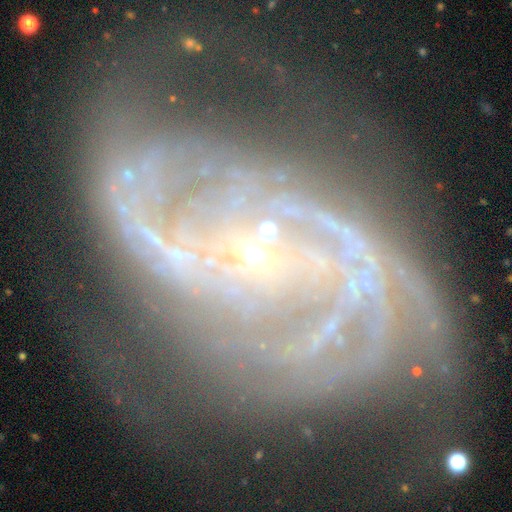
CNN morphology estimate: Q: Smooth or featured?
A: featured or disk (87%); runner-up: star or artifact (8%)
Q: Edge-on disk?
A: no (97%); runner-up: yes (3%)
Q: Bar?
A: no (47%); runner-up: weak (33%)
Q: Spiral arms?
A: yes (94%); runner-up: no (6%)
Q: Spiral winding?
A: medium (43%); runner-up: tight (40%)
Q: Spiral arm count?
A: 2 (51%); runner-up: can't tell (15%)
Q: Bulge size?
A: small (79%); runner-up: moderate (13%)
Q: Merging?
A: none (50%); runner-up: major disturbance (23%)